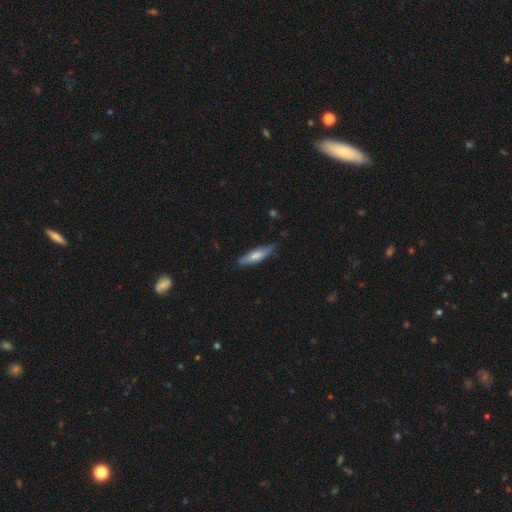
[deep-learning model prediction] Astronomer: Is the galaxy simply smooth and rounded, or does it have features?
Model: smooth — 71%.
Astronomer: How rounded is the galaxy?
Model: cigar-shaped — 69%.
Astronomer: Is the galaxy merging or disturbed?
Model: none — 76%.